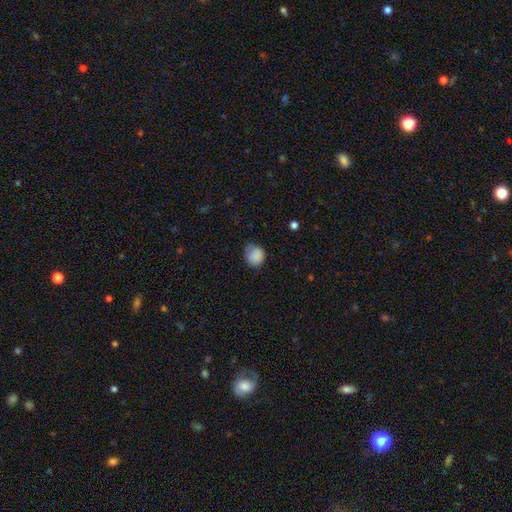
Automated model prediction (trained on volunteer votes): The model was most divided on "merging": none: 61%, minor disturbance: 31%, major disturbance: 7%, merger: 1%. More confident: smooth or featured — smooth (87%); how rounded — round (76%).